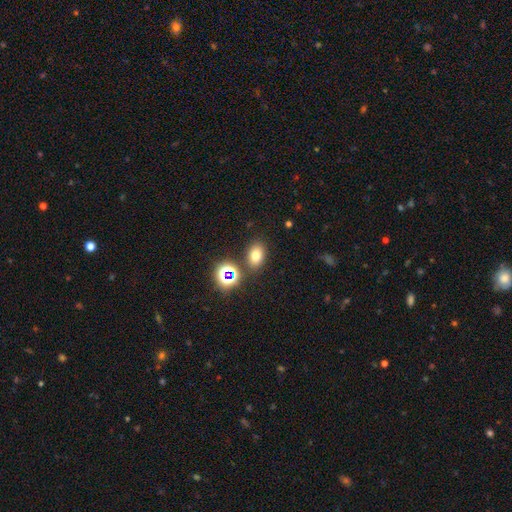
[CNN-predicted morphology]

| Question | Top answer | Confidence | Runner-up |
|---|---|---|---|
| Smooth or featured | smooth | 72% | star or artifact (19%) |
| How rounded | in between | 72% | round (27%) |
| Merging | none | 81% | minor disturbance (10%) |